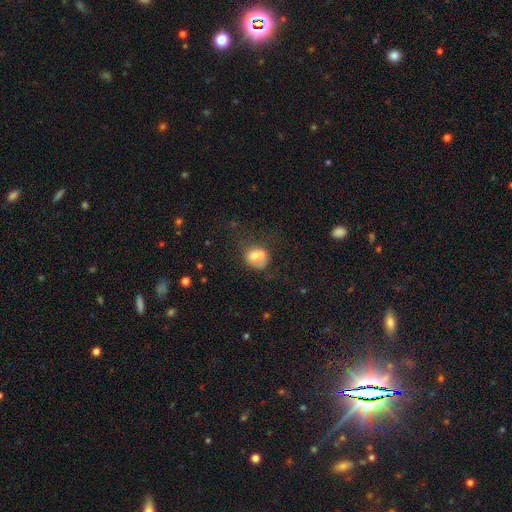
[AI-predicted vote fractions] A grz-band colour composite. It shows a smooth galaxy with no disk features (64%) that is round (56%). Merging: merger (40%).